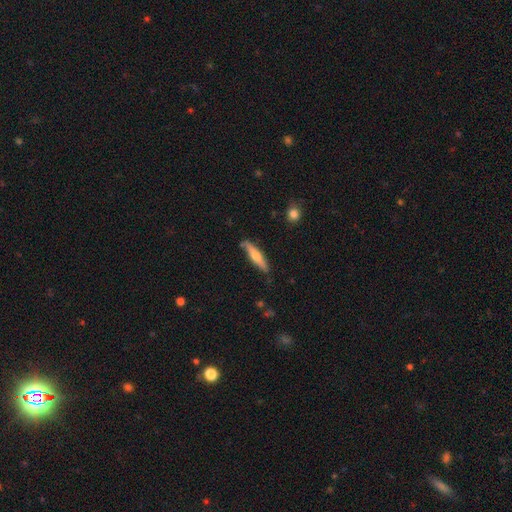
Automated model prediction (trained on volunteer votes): smooth-or-featured: smooth: 49% | featured or disk: 46% | star or artifact: 6%
  merging: none: 82% | minor disturbance: 14% | major disturbance: 2% | merger: 2%